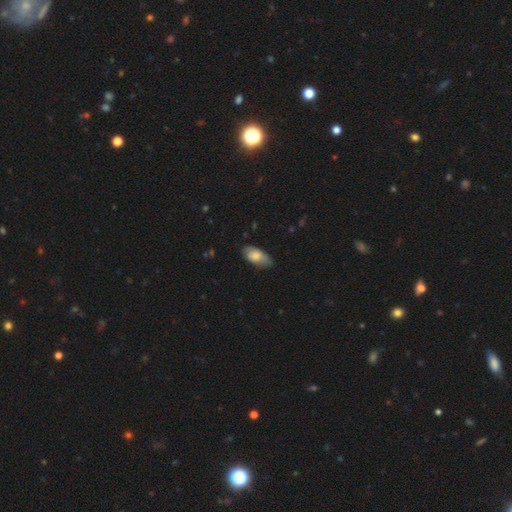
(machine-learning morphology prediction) Overall: smooth (72%). How rounded: in between (92%). Merging: none (69%).